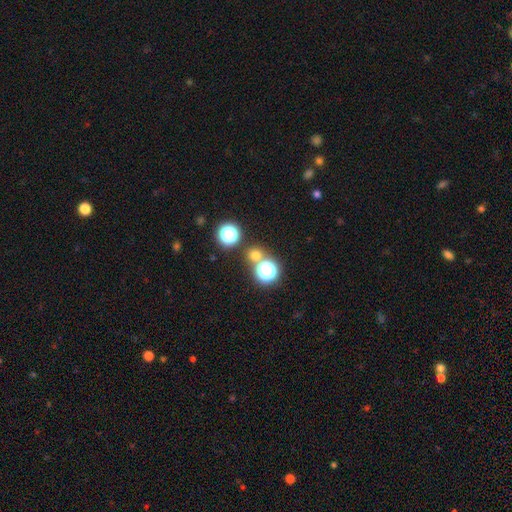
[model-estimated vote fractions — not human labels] smooth 60%, star or artifact 33%, featured or disk 7%. Down the decision tree: how rounded — round (89%); merging — none (71%).